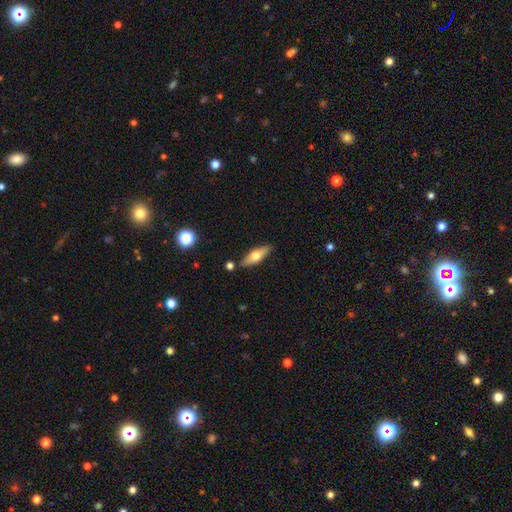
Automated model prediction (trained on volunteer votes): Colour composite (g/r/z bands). It shows a smooth galaxy with no disk features (53%) that is in between round and cigar-shaped (49%). Merging: none (84%).